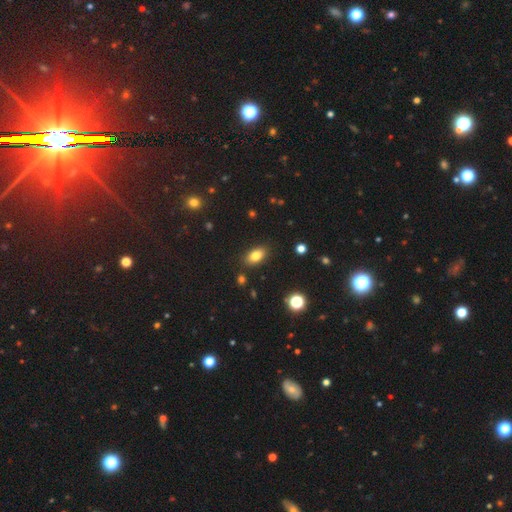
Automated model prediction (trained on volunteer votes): Morphology: type=smooth (80%); roundness=in between (88%); merging=none (86%).